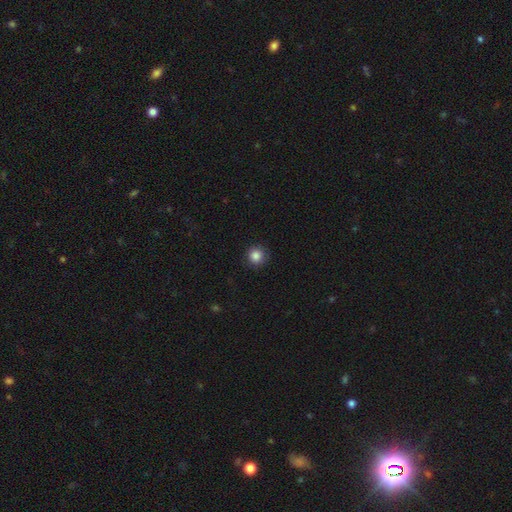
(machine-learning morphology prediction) The model was most divided on "smooth or featured": smooth: 86%, star or artifact: 10%, featured or disk: 4%. More confident: how rounded — round (94%); merging — none (89%).